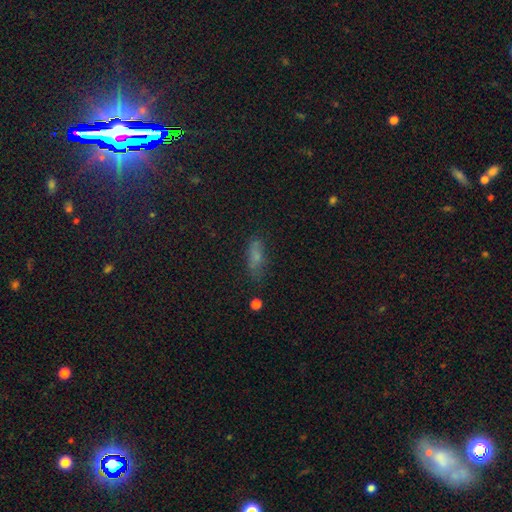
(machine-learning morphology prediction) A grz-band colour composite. It shows a smooth galaxy with no disk features (66%) that is in between round and cigar-shaped (62%). Merging: none (61%).